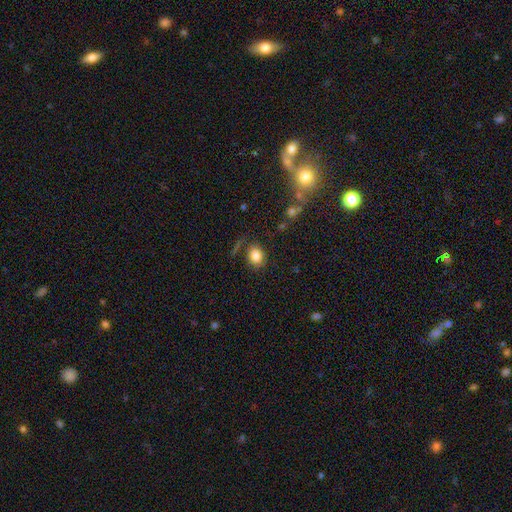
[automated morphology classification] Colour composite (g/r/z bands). It shows a smooth galaxy with no disk features (83%) that is in between round and cigar-shaped (56%). Merging: none (75%).